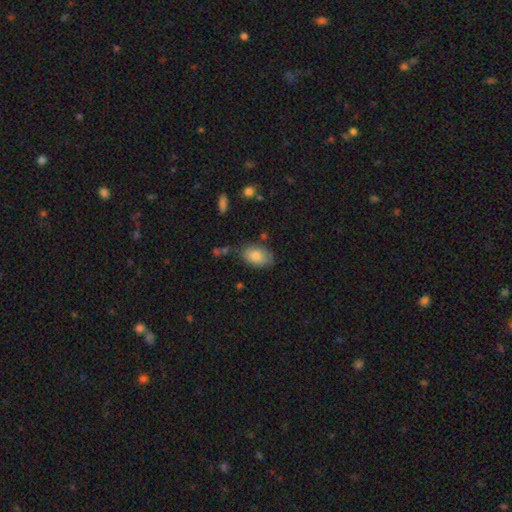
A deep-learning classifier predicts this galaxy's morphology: Overall: smooth (82%). How rounded: in between (88%). Merging: none (70%).